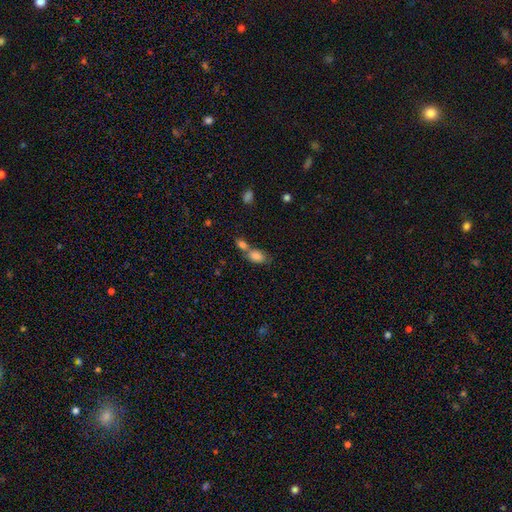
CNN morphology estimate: A smooth galaxy with no disk features (83%) that is in between round and cigar-shaped (87%). Merging: merger (57%).